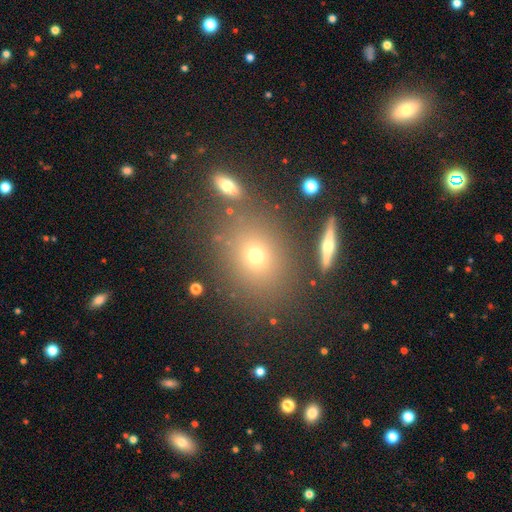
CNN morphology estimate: A smooth galaxy with no disk features (61%) that is round (60%). Merging: none (78%).